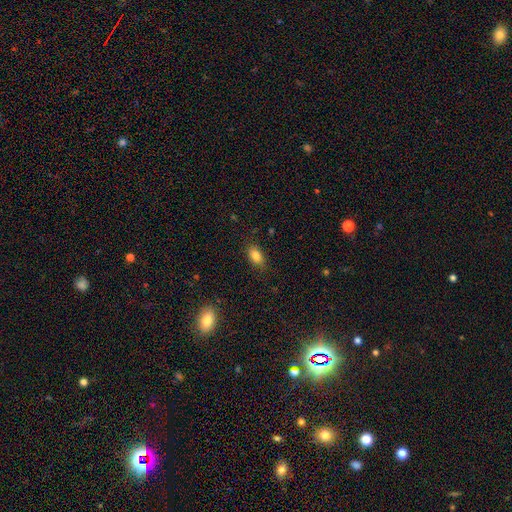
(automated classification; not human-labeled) The model was most divided on "merging": none: 83%, minor disturbance: 13%, major disturbance: 3%, merger: 1%. More confident: how rounded — in between (87%); smooth or featured — smooth (83%).